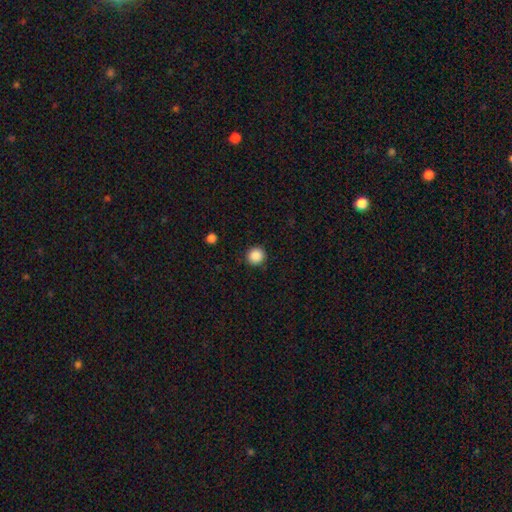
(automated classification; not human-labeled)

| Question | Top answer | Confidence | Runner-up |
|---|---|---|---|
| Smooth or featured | smooth | 88% | star or artifact (10%) |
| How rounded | round | 94% | in between (5%) |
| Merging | none | 92% | minor disturbance (5%) |